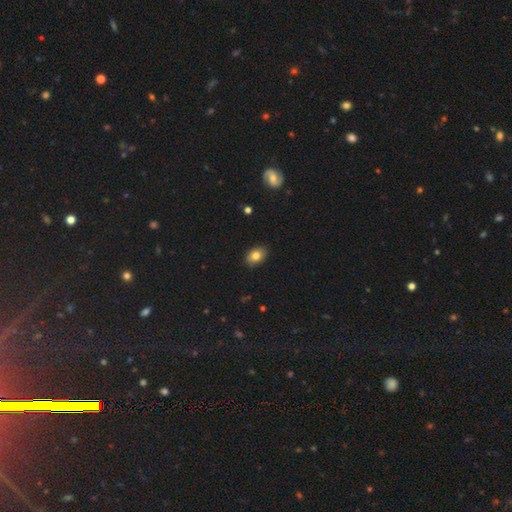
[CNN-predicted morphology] smooth 80%, featured or disk 10%, star or artifact 9%. Down the decision tree: how rounded — in between (81%); merging — none (86%).